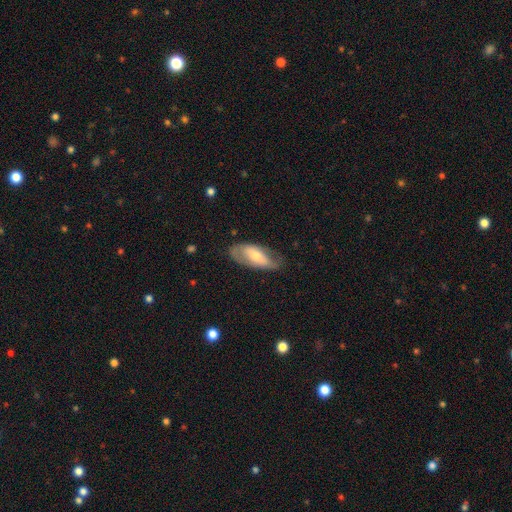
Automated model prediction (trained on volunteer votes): smooth_or_featured: smooth (p=0.49) [alt: featured or disk p=0.45]
merging: none (p=0.63) [alt: minor disturbance p=0.26]